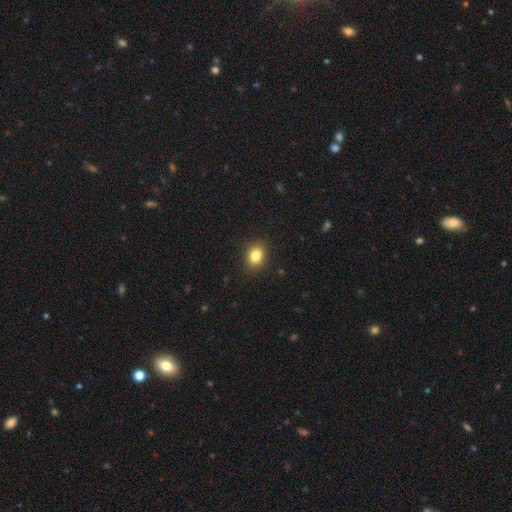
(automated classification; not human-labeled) smooth 83%, star or artifact 10%, featured or disk 7%. Down the decision tree: how rounded — in between (57%); merging — none (88%).